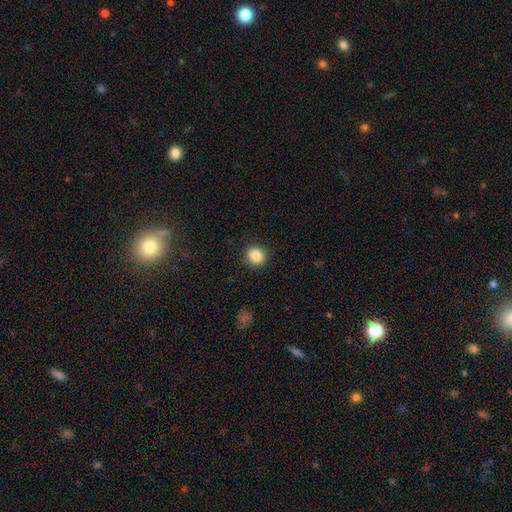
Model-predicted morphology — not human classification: Smooth or featured? Predicted: smooth (p=0.85). How rounded? Predicted: round (p=0.88). Merging? Predicted: none (p=0.91).